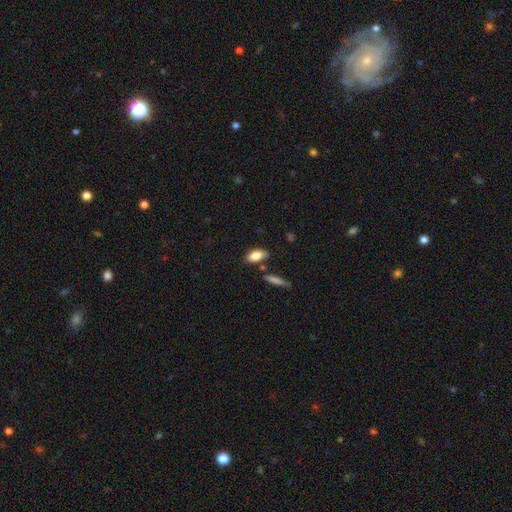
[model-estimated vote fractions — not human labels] smooth-or-featured: smooth: 83% | featured or disk: 10% | star or artifact: 7%
  how-rounded: in between: 88% | cigar-shaped: 8% | round: 5%
  merging: none: 74% | minor disturbance: 14% | merger: 8% | major disturbance: 3%